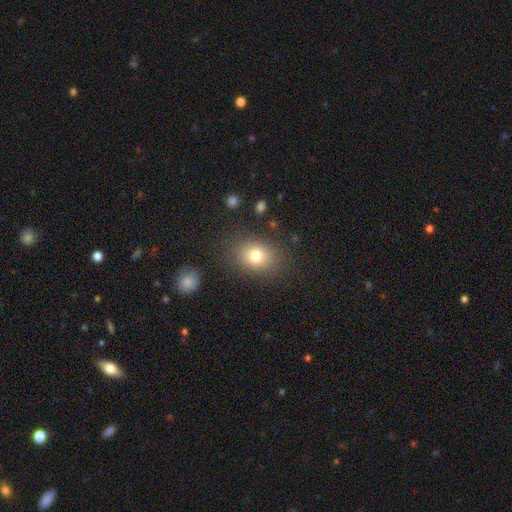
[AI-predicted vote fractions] This is likely a smooth galaxy (77%). How rounded: possibly in between (54%). Merging: clearly none (82%).